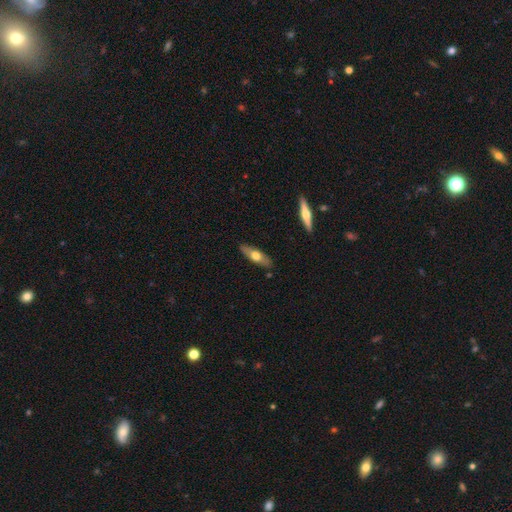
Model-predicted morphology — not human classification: Q: Smooth or featured?
A: smooth (49%); runner-up: featured or disk (45%)
Q: Merging?
A: none (85%); runner-up: minor disturbance (11%)